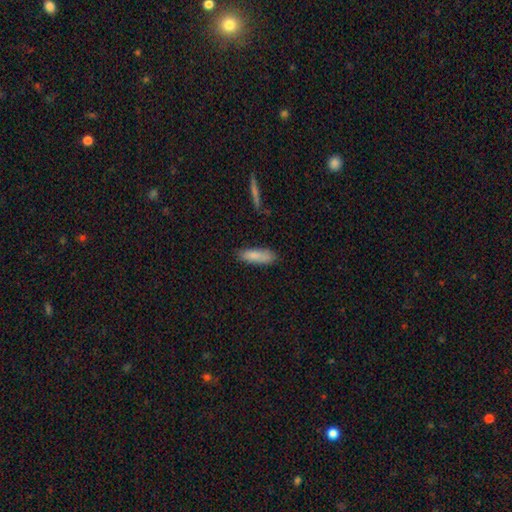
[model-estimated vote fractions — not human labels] The model was most divided on "how rounded": cigar-shaped: 53%, in between: 46%, round: 2%. More confident: smooth or featured — smooth (85%); merging — none (79%).